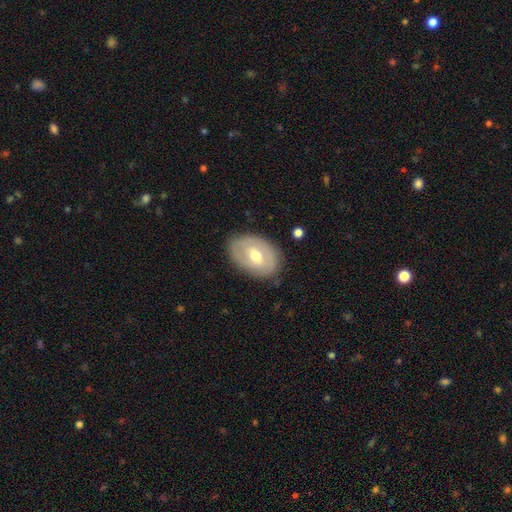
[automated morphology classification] Q: Smooth or featured?
A: featured or disk (55%); runner-up: smooth (39%)
Q: Edge-on disk?
A: no (92%); runner-up: yes (8%)
Q: Bar?
A: no (43%); runner-up: weak (42%)
Q: Spiral arms?
A: no (62%); runner-up: yes (38%)
Q: Bulge size?
A: moderate (71%); runner-up: small (22%)
Q: Merging?
A: none (81%); runner-up: minor disturbance (14%)